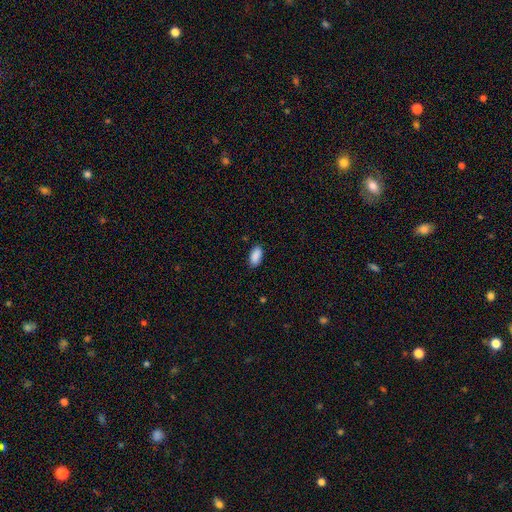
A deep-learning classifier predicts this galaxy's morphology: The model was most divided on "merging": none: 86%, minor disturbance: 11%, major disturbance: 2%, merger: 1%. More confident: how rounded — in between (94%); smooth or featured — smooth (90%).